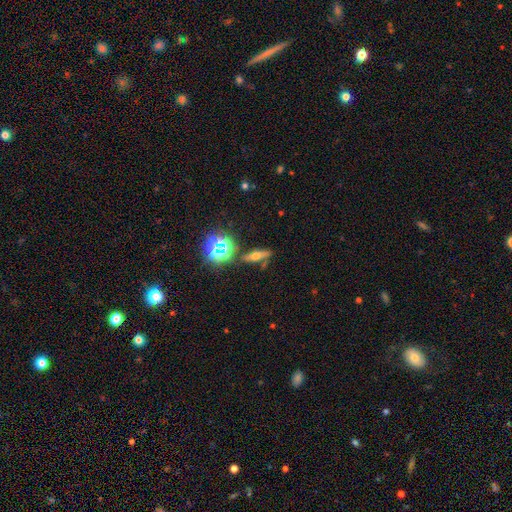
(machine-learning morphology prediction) This appears to be a featured or disk galaxy (42%). Merging: none (79%).